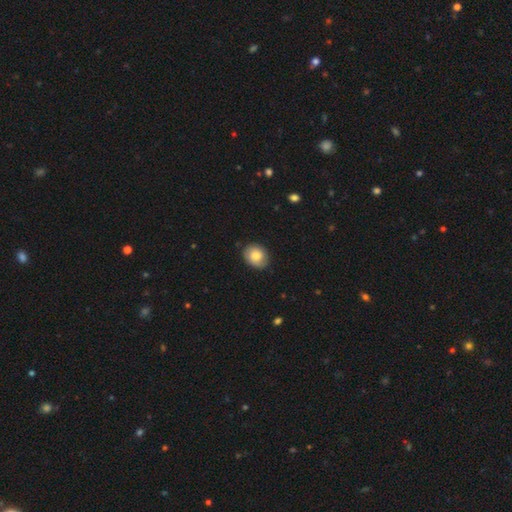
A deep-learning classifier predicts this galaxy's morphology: A smooth galaxy with no disk features (77%) that is round (54%). Merging: none (80%).